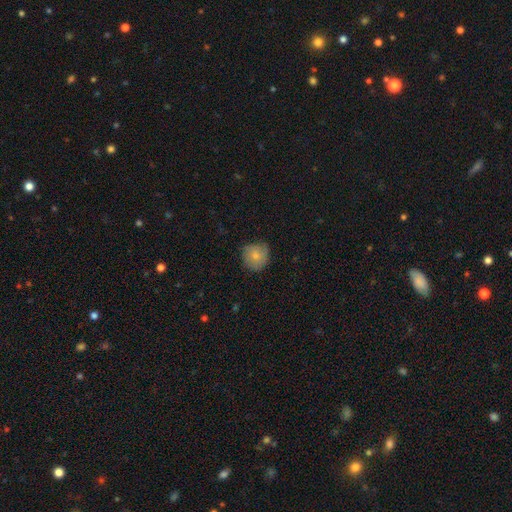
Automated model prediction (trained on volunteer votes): smooth_or_featured: smooth (p=0.79) [alt: featured or disk p=0.13]
how_rounded: round (p=0.90) [alt: in between p=0.09]
merging: none (p=0.75) [alt: minor disturbance p=0.21]